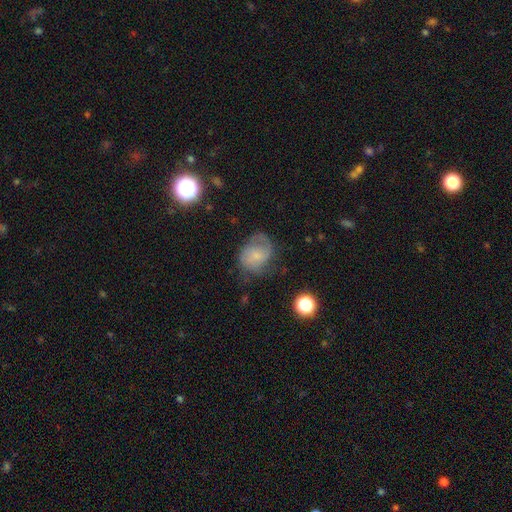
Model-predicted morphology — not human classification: Smooth or featured?
  - featured or disk: 48% *
  - smooth: 41%
  - star or artifact: 11%
Merging?
  - none: 48% *
  - minor disturbance: 28%
  - major disturbance: 22%
  - merger: 2%